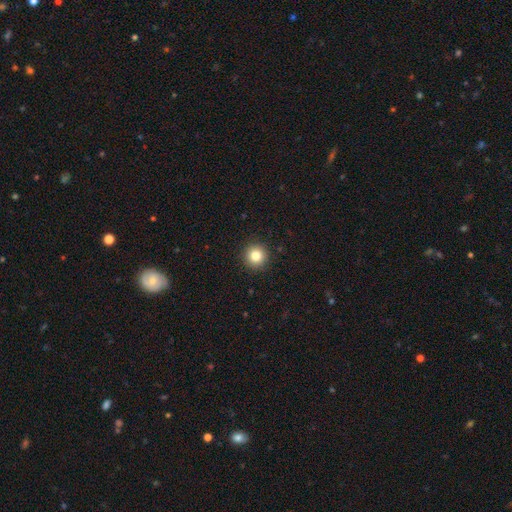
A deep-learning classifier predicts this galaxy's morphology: smooth 82%, star or artifact 11%, featured or disk 7%. Down the decision tree: how rounded — round (96%); merging — none (93%).